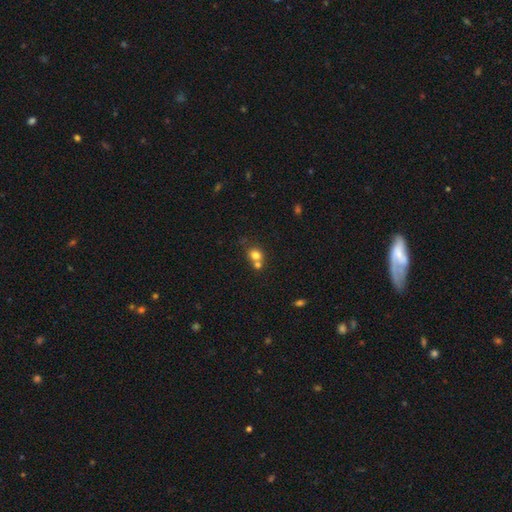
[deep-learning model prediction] Smooth or featured? smooth (76%)
How rounded? round (71%)
Merging? merger (49%)